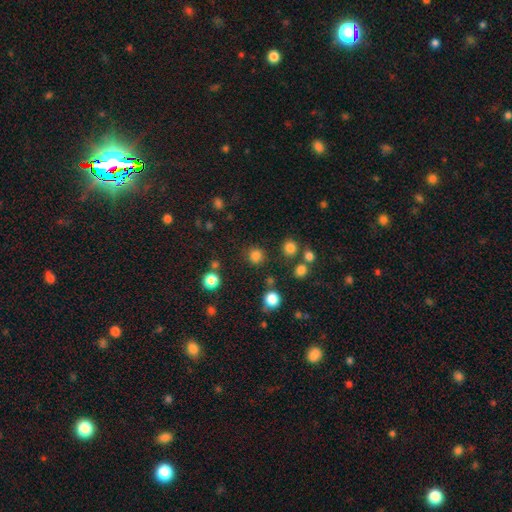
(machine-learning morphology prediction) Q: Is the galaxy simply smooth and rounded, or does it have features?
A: smooth — 79%.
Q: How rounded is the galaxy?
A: round — 91%.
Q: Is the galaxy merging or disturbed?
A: none — 84%.